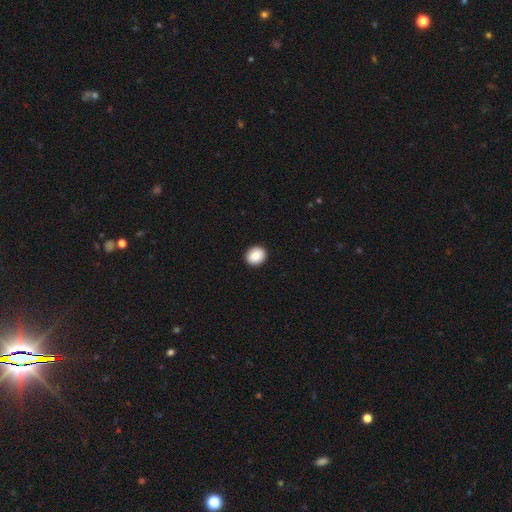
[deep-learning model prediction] smooth-or-featured: smooth: 88% | star or artifact: 8% | featured or disk: 4%
  how-rounded: round: 74% | in between: 25% | cigar-shaped: 1%
  merging: none: 92% | minor disturbance: 5% | major disturbance: 2% | merger: 1%